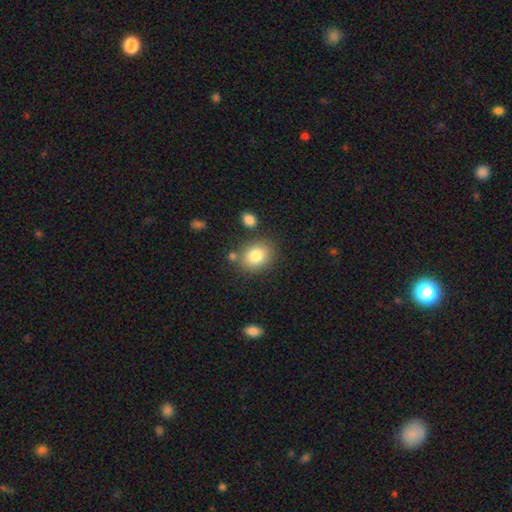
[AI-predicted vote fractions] This appears to be a smooth galaxy with no disk features (81%) that is round (50%). Merging: none (77%).